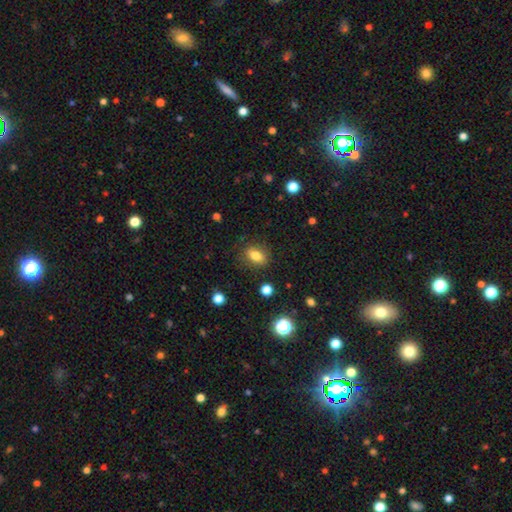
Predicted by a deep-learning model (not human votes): This appears to be a smooth galaxy with no disk features (80%) that is in between round and cigar-shaped (77%). Merging: none (83%).